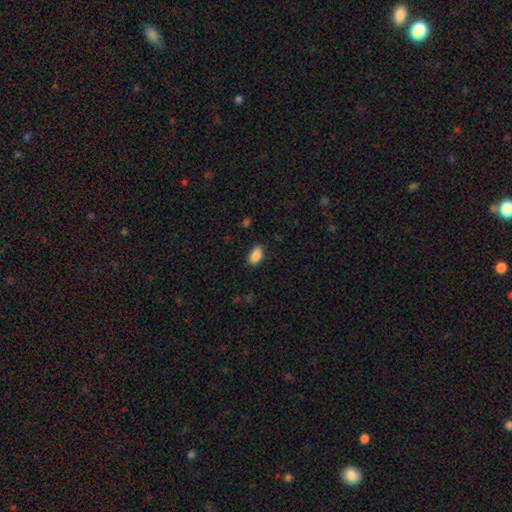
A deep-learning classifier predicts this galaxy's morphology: smooth-or-featured: smooth: 88% | star or artifact: 8% | featured or disk: 4%
  how-rounded: in between: 92% | round: 6% | cigar-shaped: 2%
  merging: none: 81% | minor disturbance: 15% | major disturbance: 3% | merger: 1%